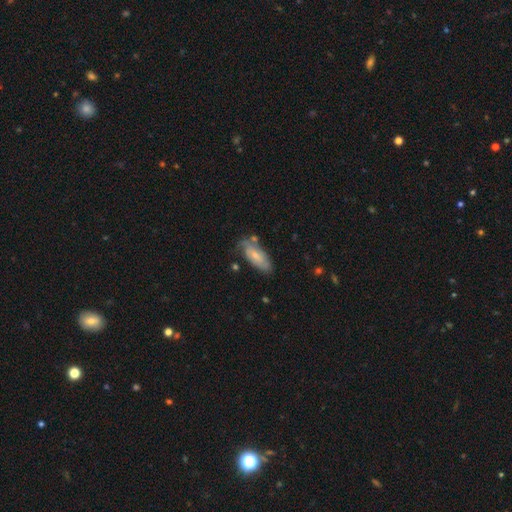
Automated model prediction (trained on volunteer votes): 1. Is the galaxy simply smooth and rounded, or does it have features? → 54% smooth, 40% featured or disk, 6% star or artifact.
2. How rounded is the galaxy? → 81% in between, 17% cigar-shaped, 2% round.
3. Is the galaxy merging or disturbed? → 57% none, 28% minor disturbance, 9% major disturbance, 7% merger.